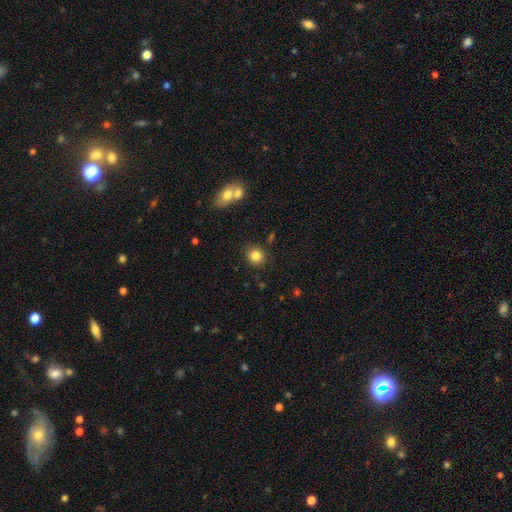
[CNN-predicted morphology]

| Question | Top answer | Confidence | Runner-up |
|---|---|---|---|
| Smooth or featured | smooth | 84% | star or artifact (10%) |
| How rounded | round | 84% | in between (15%) |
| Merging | none | 84% | minor disturbance (9%) |